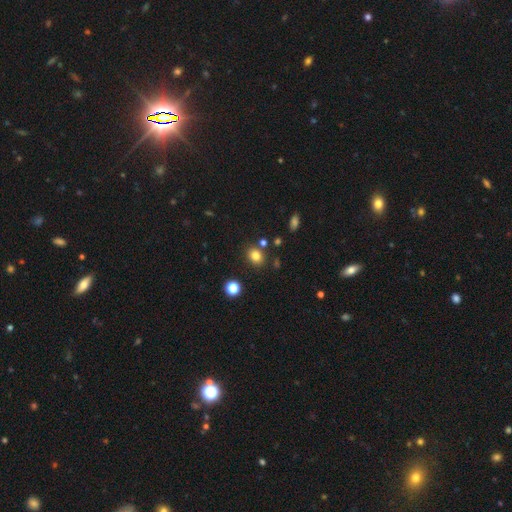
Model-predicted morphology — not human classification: Smooth or featured? smooth (80%)
How rounded? round (56%)
Merging? none (82%)